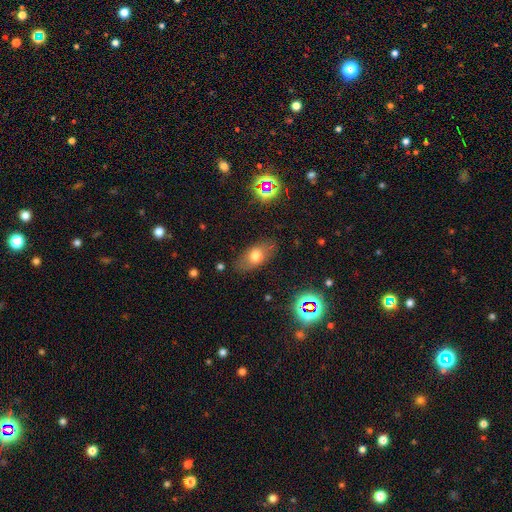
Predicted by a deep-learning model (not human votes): Overall: smooth (68%). How rounded: in between (82%). Merging: none (79%).